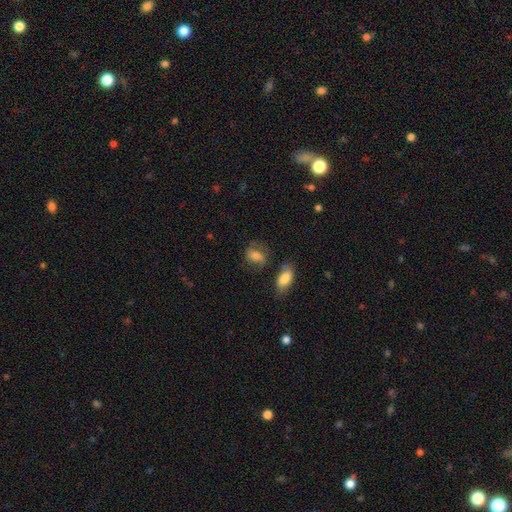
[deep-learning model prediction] A smooth galaxy with no disk features (58%) that is in between round and cigar-shaped (71%). Merging: none (61%).